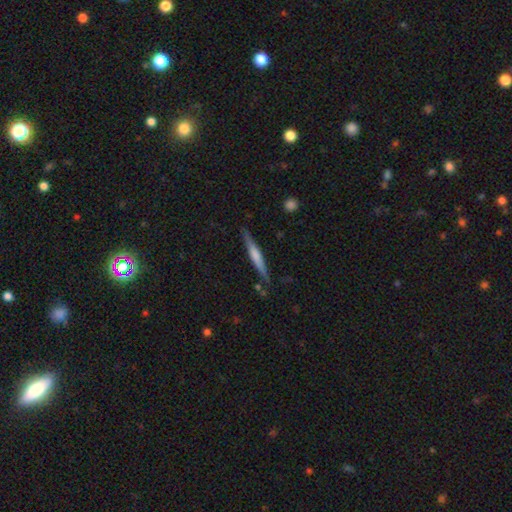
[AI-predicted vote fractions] The model was most divided on "smooth or featured": featured or disk: 53%, smooth: 41%, star or artifact: 6%. Remaining: edge-on disk — yes (97%); merging — none (84%); edge-on bulge — rounded (47%).